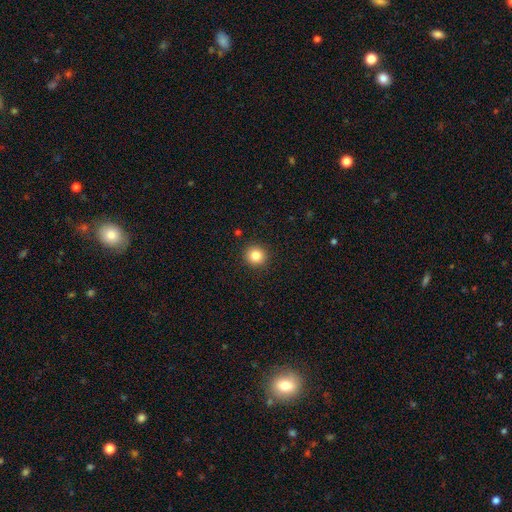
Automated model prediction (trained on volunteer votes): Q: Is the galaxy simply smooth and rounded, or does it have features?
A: smooth — 84%.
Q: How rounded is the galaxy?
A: round — 93%.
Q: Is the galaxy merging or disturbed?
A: none — 92%.